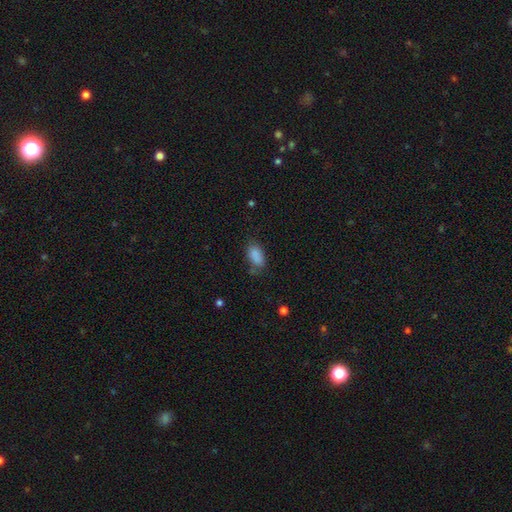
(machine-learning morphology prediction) Smooth or featured? Predicted: smooth (p=0.86). How rounded? Predicted: in between (p=0.92). Merging? Predicted: none (p=0.67).